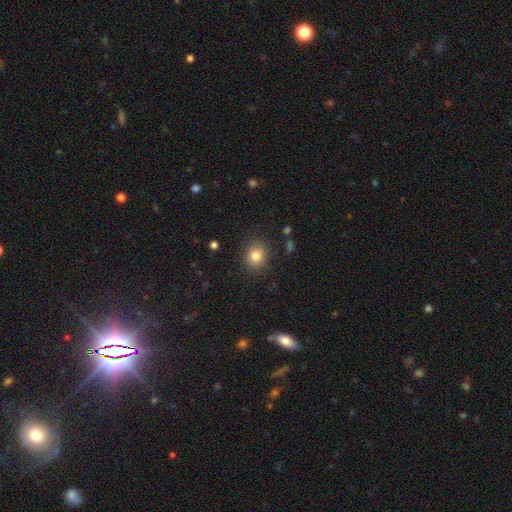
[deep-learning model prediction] smooth_or_featured: smooth (p=0.82) [alt: star or artifact p=0.11]
how_rounded: round (p=0.72) [alt: in between p=0.27]
merging: none (p=0.88) [alt: minor disturbance p=0.08]